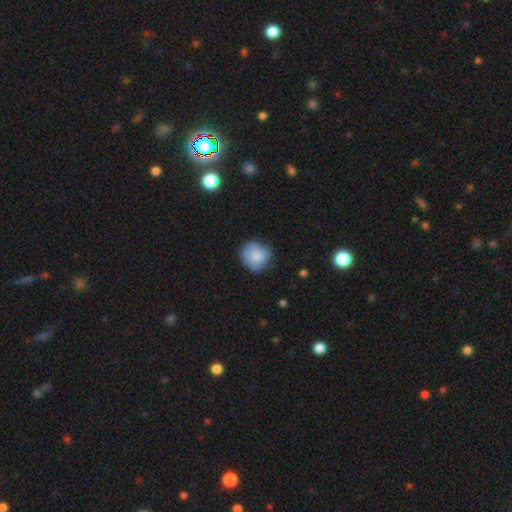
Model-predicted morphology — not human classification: smooth_or_featured: smooth (p=0.76) [alt: featured or disk p=0.17]
how_rounded: round (p=0.83) [alt: in between p=0.16]
merging: none (p=0.69) [alt: minor disturbance p=0.23]